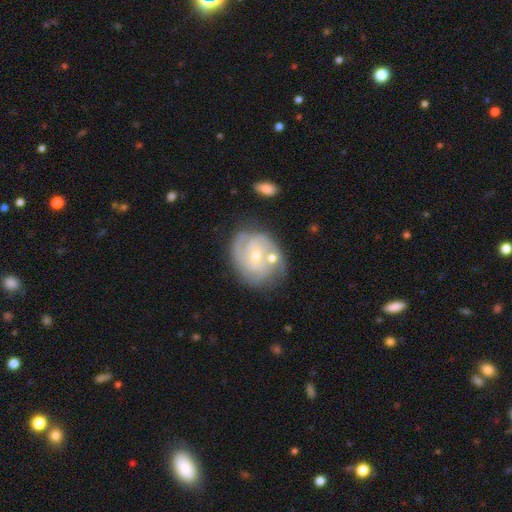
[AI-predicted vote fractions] Morphology: type=featured or disk (80%); edge-on=no (97%); bar=no (67%); spiral arms=yes (91%); winding=tight (64%); arm count=can't tell (33%); bulge=small (61%); merging=none (62%).